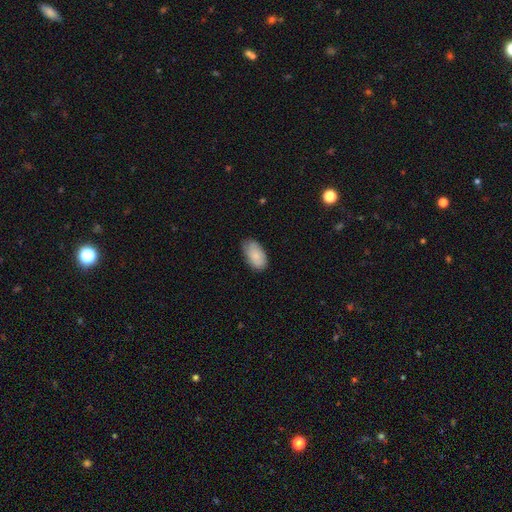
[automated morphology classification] Smooth or featured? smooth (84%)
How rounded? in between (94%)
Merging? none (73%)